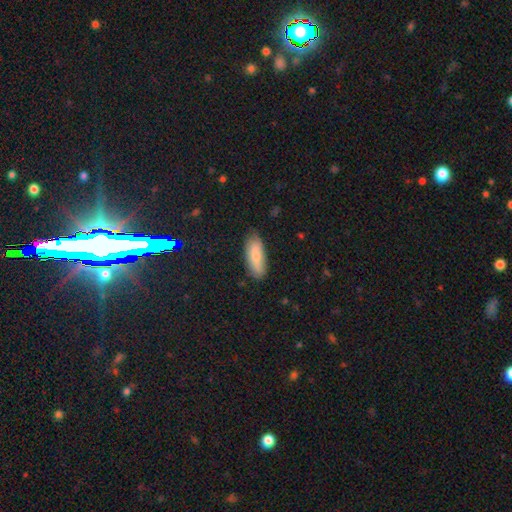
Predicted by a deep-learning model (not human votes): The model was most divided on "how rounded": in between: 68%, cigar-shaped: 30%, round: 2%. More confident: smooth or featured — smooth (79%); merging — none (78%).